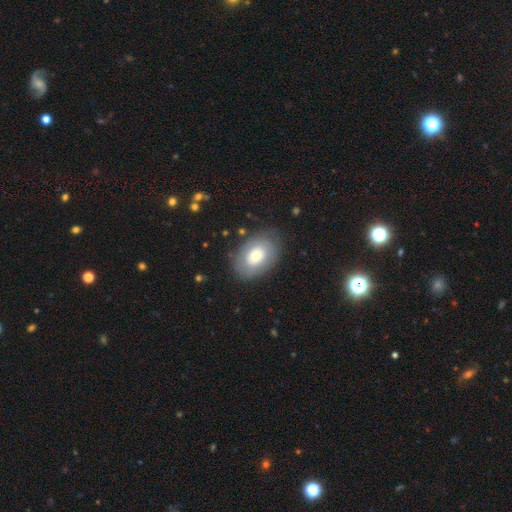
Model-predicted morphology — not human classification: Overall: smooth (61%; featured or disk 31%). How rounded: in between (82%). Merging: none (79%).